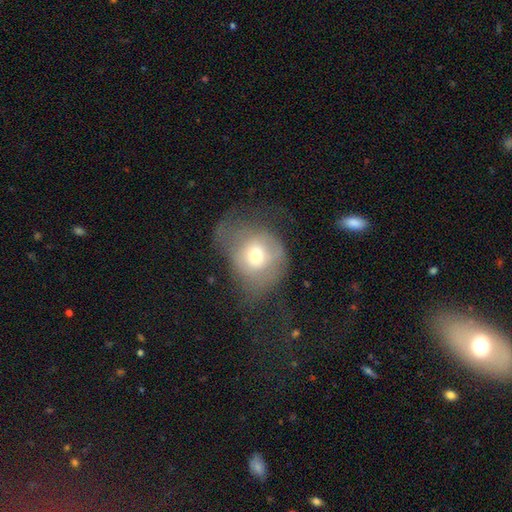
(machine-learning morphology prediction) This is possibly a smooth galaxy (58%). How rounded: likely round (63%). Merging: possibly major disturbance (46%).